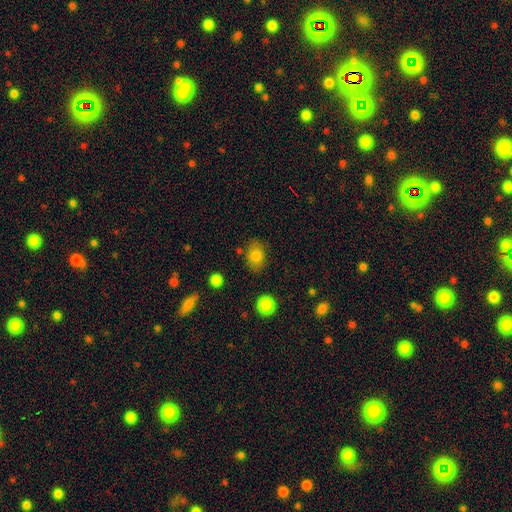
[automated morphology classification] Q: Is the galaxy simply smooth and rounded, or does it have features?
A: smooth — 80%.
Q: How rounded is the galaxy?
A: in between — 68%.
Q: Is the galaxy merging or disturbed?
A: none — 78%.